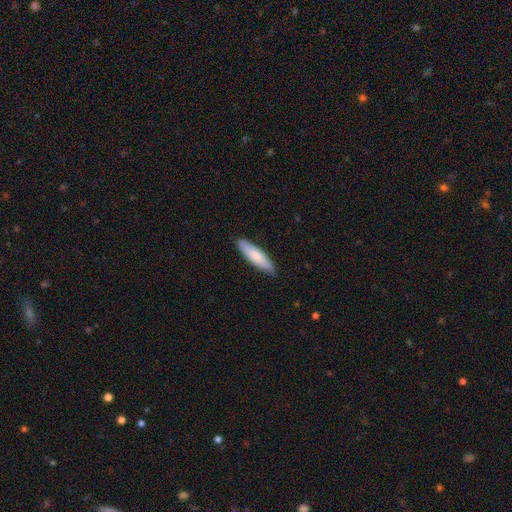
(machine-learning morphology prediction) This appears to be a smooth galaxy with no disk features (79%) that is cigar-shaped (68%). Merging: none (87%).